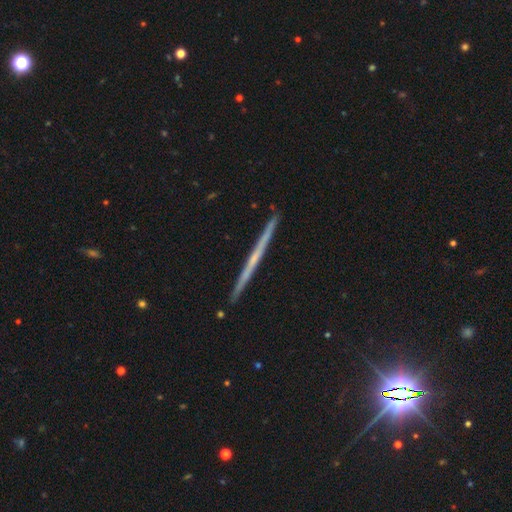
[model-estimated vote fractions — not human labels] Overall: featured or disk (69%). Edge-on disk: yes (98%). Edge-on bulge: none (77%). Merging: none (92%).